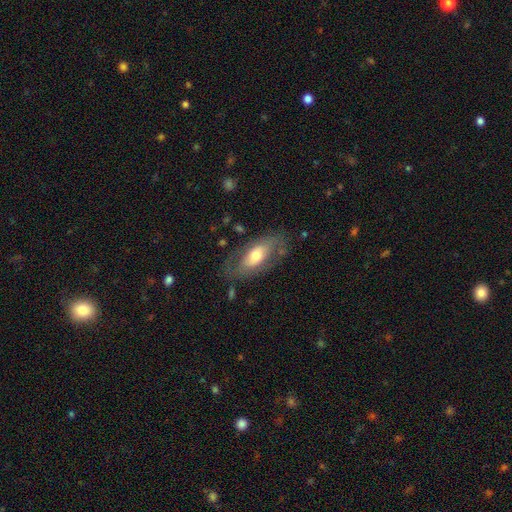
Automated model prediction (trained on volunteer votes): Smooth or featured?
  - smooth: 51% *
  - featured or disk: 42%
  - star or artifact: 6%
How rounded?
  - in between: 87% *
  - cigar-shaped: 9%
  - round: 4%
Merging?
  - none: 71% *
  - minor disturbance: 18%
  - major disturbance: 9%
  - merger: 2%